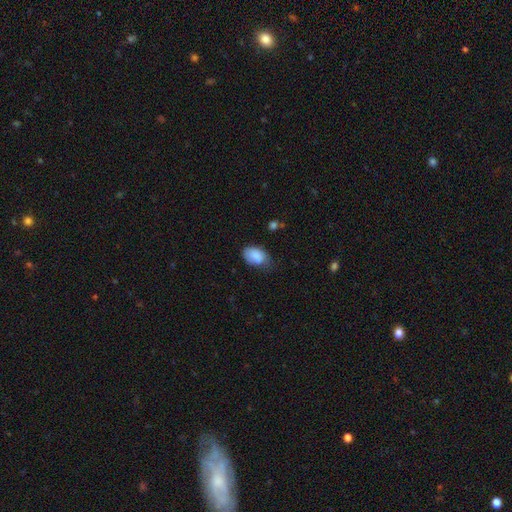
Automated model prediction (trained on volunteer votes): Smooth or featured? Predicted: smooth (p=0.84). How rounded? Predicted: in between (p=0.89). Merging? Predicted: none (p=0.53).